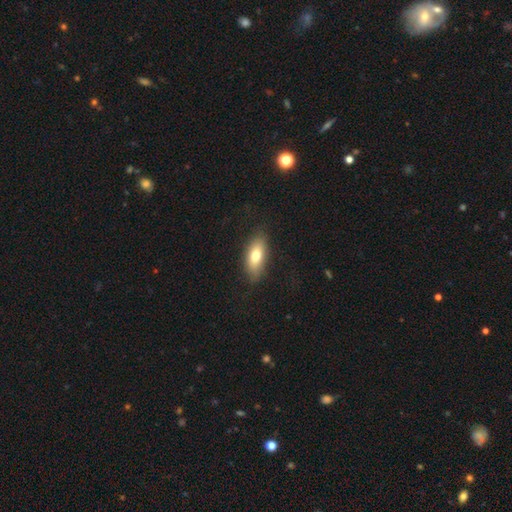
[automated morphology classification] smooth_or_featured: smooth (p=0.75) [alt: featured or disk p=0.18]
how_rounded: in between (p=0.80) [alt: cigar-shaped p=0.16]
merging: none (p=0.80) [alt: minor disturbance p=0.15]